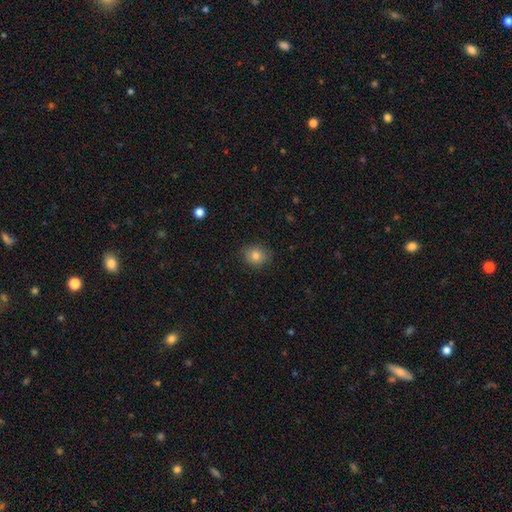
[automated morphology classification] A smooth galaxy with no disk features (81%) that is round (69%).

Vote fractions:
- Smooth or featured? smooth: 81% / star or artifact: 10% / featured or disk: 9%
- How rounded? round: 69% / in between: 30% / cigar-shaped: 1%
- Merging? none: 86% / minor disturbance: 11% / major disturbance: 2% / merger: 1%